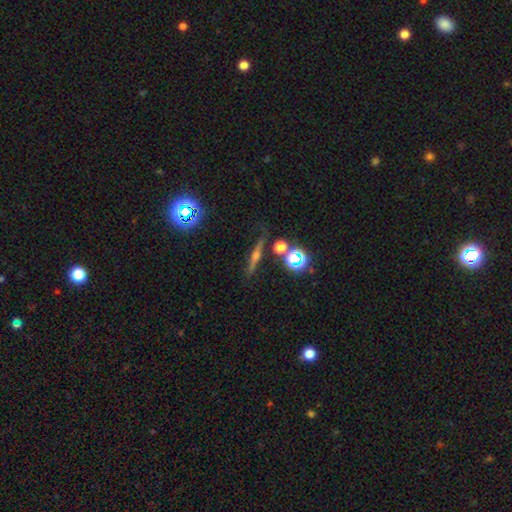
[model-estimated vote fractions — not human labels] Smooth or featured: featured or disk — 62% (smooth — 21%)
Edge-on disk: yes — 95% (no — 5%)
Edge-on bulge: rounded — 89% (none — 6%)
Merging: none — 84% (minor disturbance — 9%)